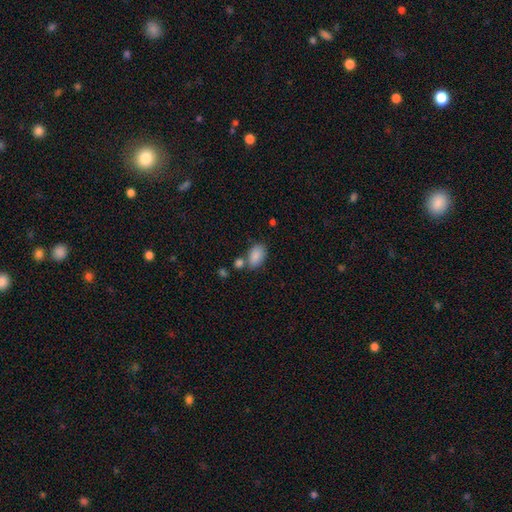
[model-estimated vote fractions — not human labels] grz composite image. It shows a smooth galaxy with no disk features (87%) that is in between round and cigar-shaped (91%). Merging: none (62%).